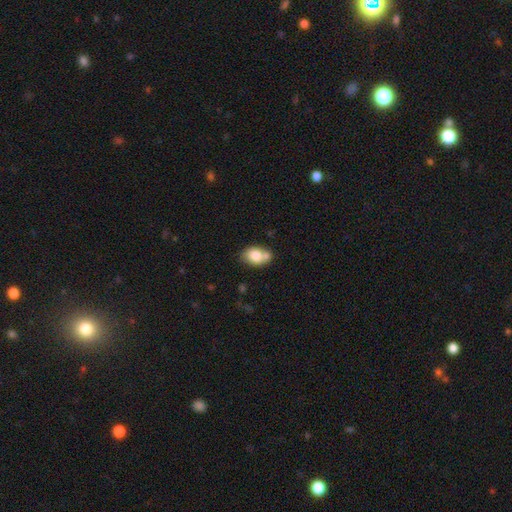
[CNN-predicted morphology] This appears to be a smooth galaxy with no disk features (79%) that is in between round and cigar-shaped (78%). Merging: none (51%).